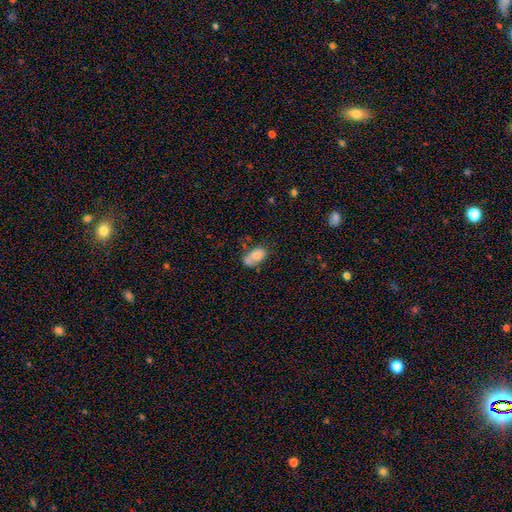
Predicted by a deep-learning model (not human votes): Smooth or featured?
  - smooth: 74% *
  - featured or disk: 18%
  - star or artifact: 9%
How rounded?
  - in between: 89% *
  - round: 9%
  - cigar-shaped: 2%
Merging?
  - none: 38% *
  - merger: 28%
  - minor disturbance: 23%
  - major disturbance: 11%